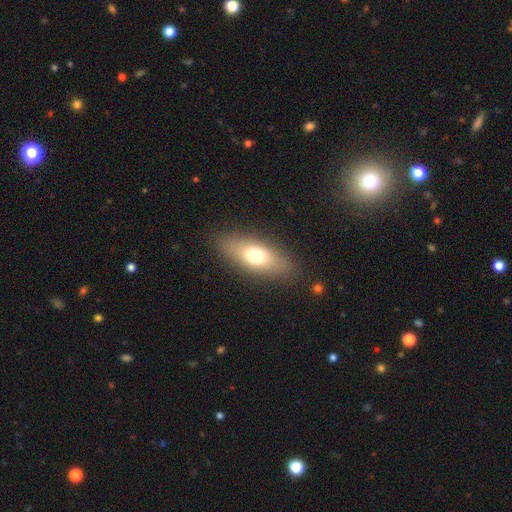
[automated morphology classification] smooth 69%, featured or disk 23%, star or artifact 9%. Down the decision tree: how rounded — in between (75%); merging — none (86%).